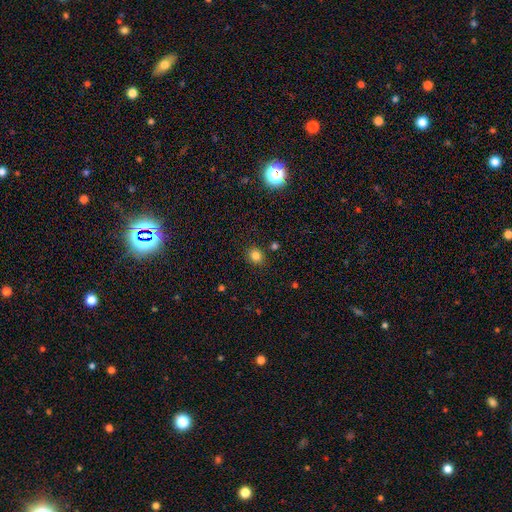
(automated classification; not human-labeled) A smooth galaxy with no disk features (82%) that is round (72%). Merging: none (86%).